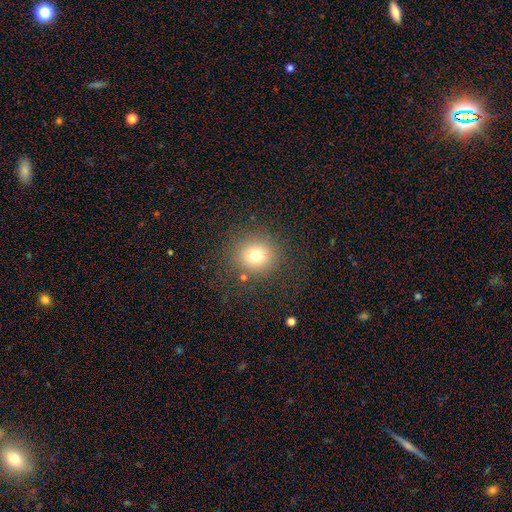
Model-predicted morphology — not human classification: smooth_or_featured: smooth (p=0.72) [alt: star or artifact p=0.16]
how_rounded: round (p=0.86) [alt: in between p=0.13]
merging: none (p=0.84) [alt: minor disturbance p=0.09]